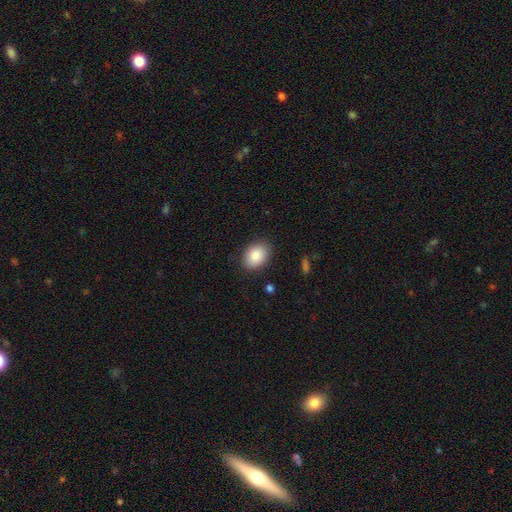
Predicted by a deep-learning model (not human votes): Smooth or featured? smooth (86%)
How rounded? in between (76%)
Merging? none (86%)